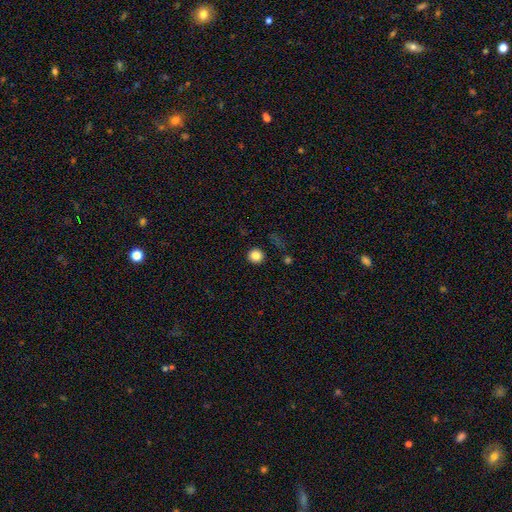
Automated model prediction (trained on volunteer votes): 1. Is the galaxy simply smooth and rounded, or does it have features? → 84% smooth, 11% star or artifact, 5% featured or disk.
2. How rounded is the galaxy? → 93% round, 6% in between, 1% cigar-shaped.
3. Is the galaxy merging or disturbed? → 90% none, 6% minor disturbance, 2% major disturbance, 2% merger.